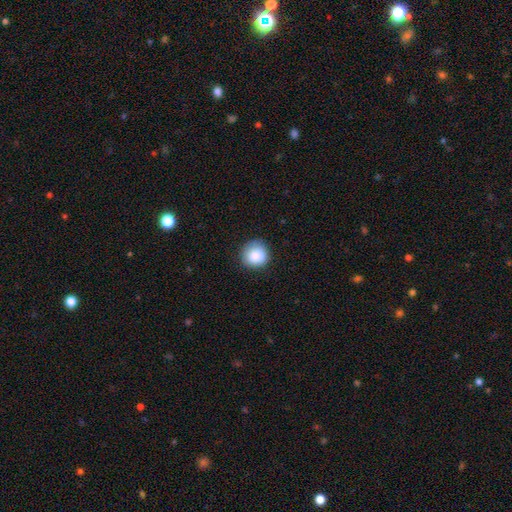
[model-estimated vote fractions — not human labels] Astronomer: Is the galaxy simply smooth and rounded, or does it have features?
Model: smooth — 87%.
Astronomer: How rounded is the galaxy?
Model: round — 91%.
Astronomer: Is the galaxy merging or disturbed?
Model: none — 80%.